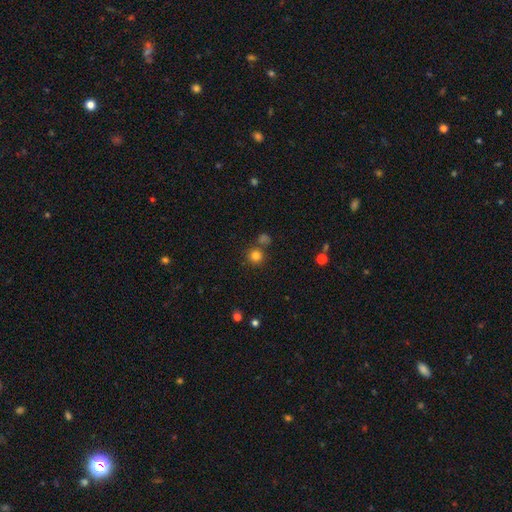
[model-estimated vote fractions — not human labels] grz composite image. It shows a smooth galaxy with no disk features (80%) that is round (93%). Merging: none (77%).